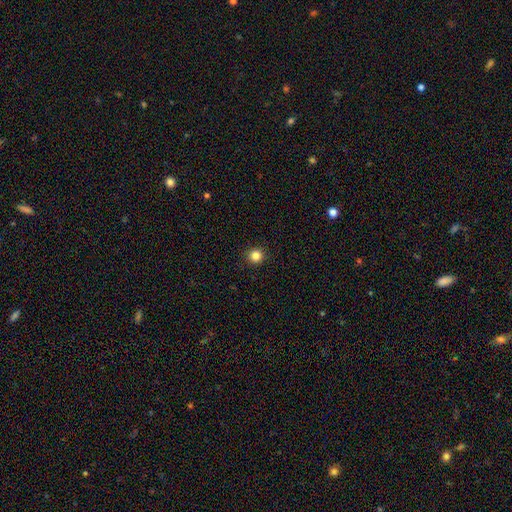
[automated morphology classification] Q: Smooth or featured?
A: smooth (85%); runner-up: star or artifact (11%)
Q: How rounded?
A: round (94%); runner-up: in between (5%)
Q: Merging?
A: none (92%); runner-up: minor disturbance (5%)